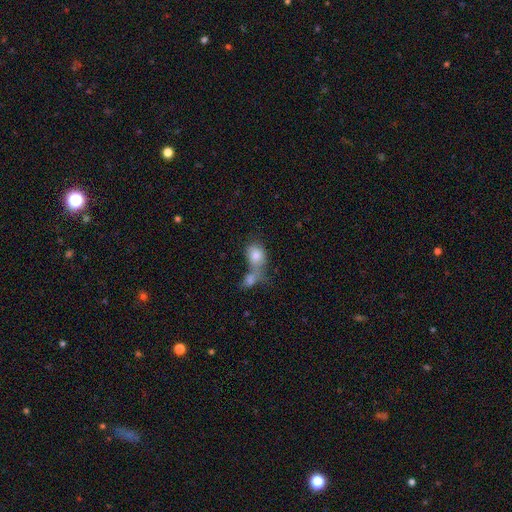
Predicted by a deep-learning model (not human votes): smooth 80%, featured or disk 12%, star or artifact 8%. Down the decision tree: how rounded — in between (65%); merging — merger (60%).